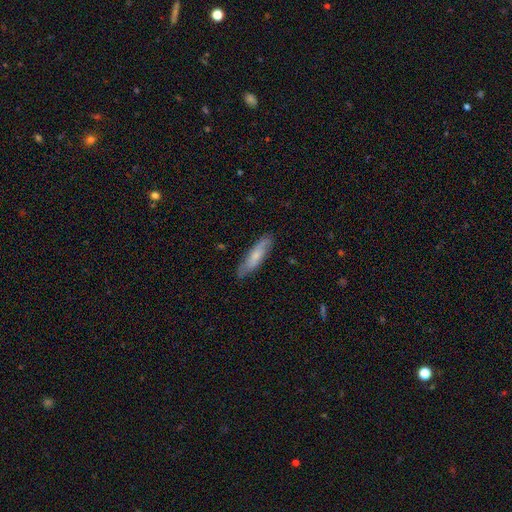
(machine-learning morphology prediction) A smooth galaxy with no disk features (62%) that is cigar-shaped (70%). Merging: none (83%).